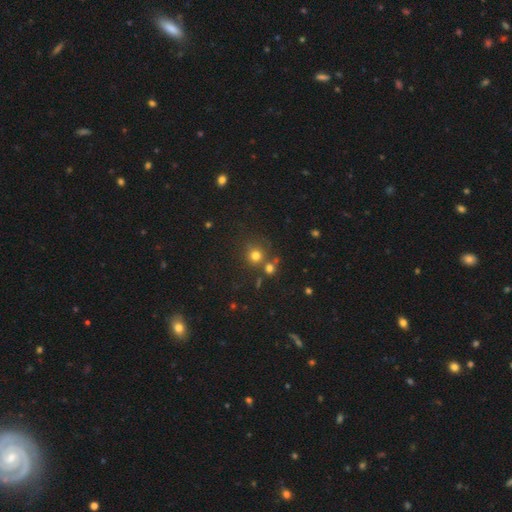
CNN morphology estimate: This appears to be a smooth galaxy with no disk features (73%) that is round (91%). Merging: none (66%).